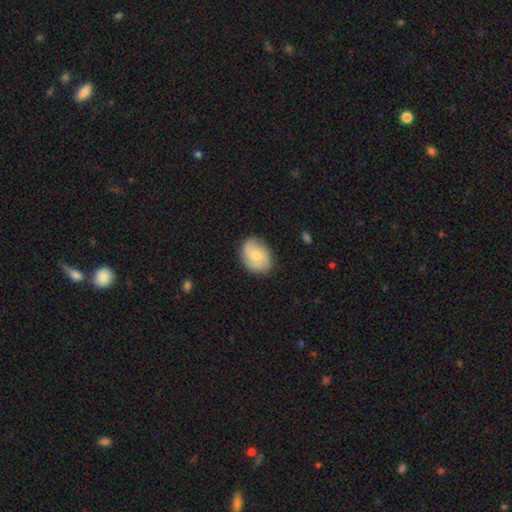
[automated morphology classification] Smooth or featured?
  - smooth: 58% *
  - featured or disk: 35%
  - star or artifact: 7%
How rounded?
  - in between: 66% *
  - round: 33%
  - cigar-shaped: 1%
Merging?
  - none: 79% *
  - minor disturbance: 16%
  - major disturbance: 4%
  - merger: 1%